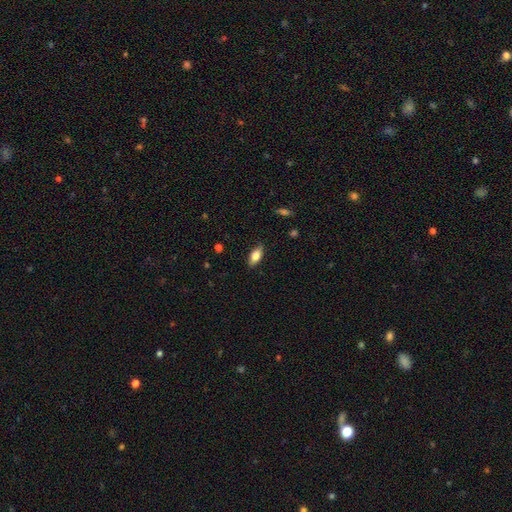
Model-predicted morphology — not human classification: A smooth galaxy with no disk features (79%) that is in between round and cigar-shaped (88%).

Vote fractions:
- Smooth or featured? smooth: 79% / featured or disk: 13% / star or artifact: 7%
- How rounded? in between: 88% / cigar-shaped: 9% / round: 3%
- Merging? none: 84% / minor disturbance: 13% / major disturbance: 2% / merger: 1%